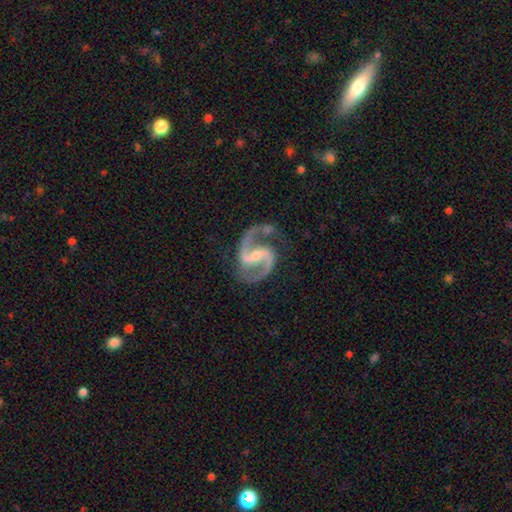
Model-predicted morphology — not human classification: Smooth or featured? Predicted: featured or disk (p=0.94). Edge-on disk? Predicted: no (p=0.98). Bar? Predicted: weak (p=0.44). Spiral arms? Predicted: yes (p=0.99). Spiral winding? Predicted: medium (p=0.69). Spiral arm count? Predicted: 2 (p=0.95). Bulge size? Predicted: small (p=0.58). Merging? Predicted: none (p=0.76).